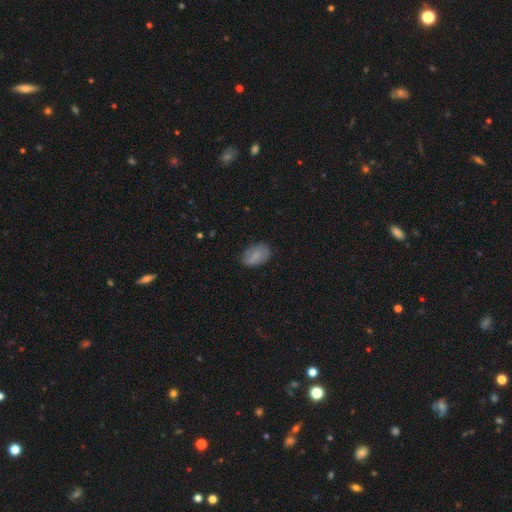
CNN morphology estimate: The model was most divided on "merging": none: 74%, minor disturbance: 20%, major disturbance: 5%, merger: 1%. More confident: how rounded — in between (89%); smooth or featured — smooth (74%).